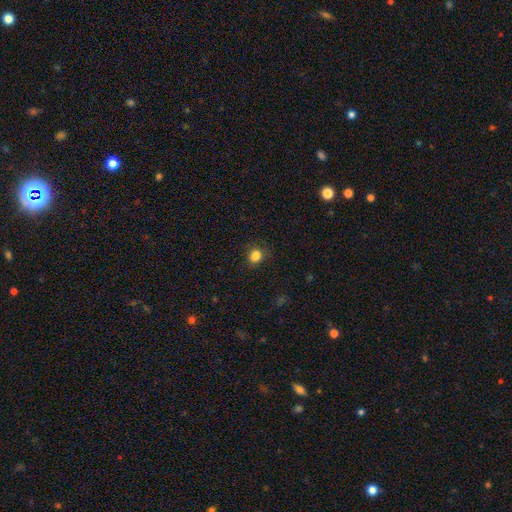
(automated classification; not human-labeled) The model was most divided on "how rounded": round: 64%, in between: 35%, cigar-shaped: 1%. More confident: smooth or featured — smooth (84%); merging — none (83%).